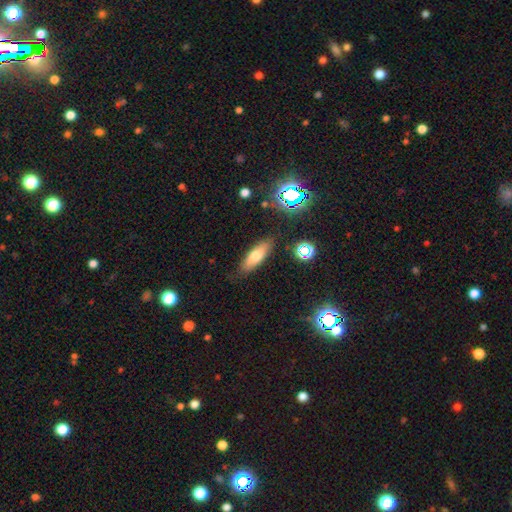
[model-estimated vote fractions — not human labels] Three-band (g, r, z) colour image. It shows a smooth galaxy with no disk features (68%) that is in between round and cigar-shaped (57%). Merging: none (83%).